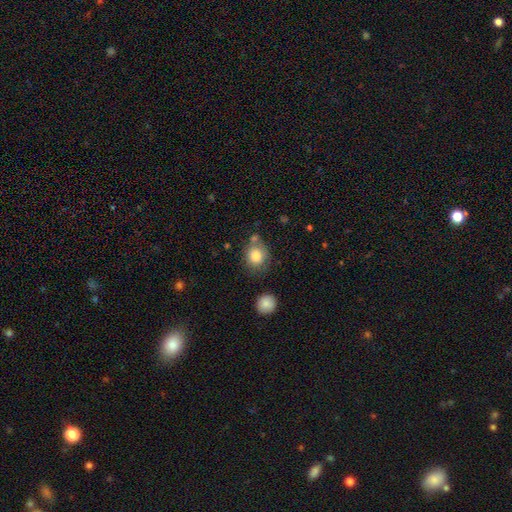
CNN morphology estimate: Smooth or featured: smooth — 82% (star or artifact — 9%)
How rounded: round — 75% (in between — 24%)
Merging: none — 65% (minor disturbance — 17%)